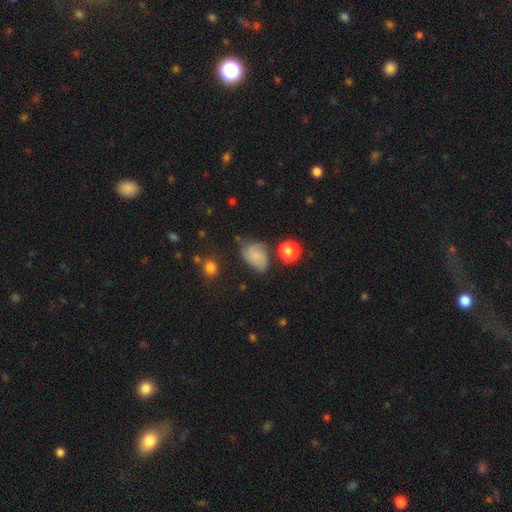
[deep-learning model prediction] This appears to be a smooth galaxy with no disk features (58%) that is in between round and cigar-shaped (70%). Merging: none (49%).